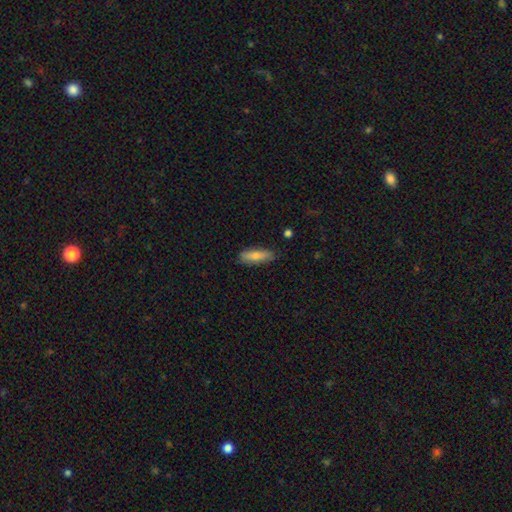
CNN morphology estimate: A smooth galaxy with no disk features (77%) that is cigar-shaped (50%).

Vote fractions:
- Smooth or featured? smooth: 77% / featured or disk: 17% / star or artifact: 6%
- How rounded? cigar-shaped: 50% / in between: 48% / round: 2%
- Merging? none: 82% / minor disturbance: 14% / major disturbance: 2% / merger: 1%